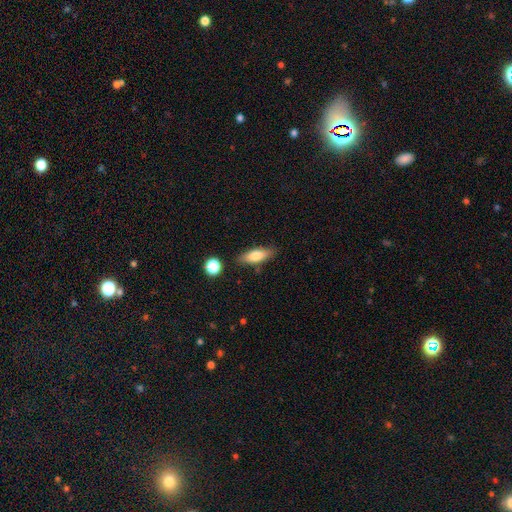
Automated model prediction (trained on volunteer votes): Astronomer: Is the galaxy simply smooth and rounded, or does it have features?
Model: smooth — 76%.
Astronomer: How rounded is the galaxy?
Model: in between — 63%.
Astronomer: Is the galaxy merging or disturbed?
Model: none — 81%.